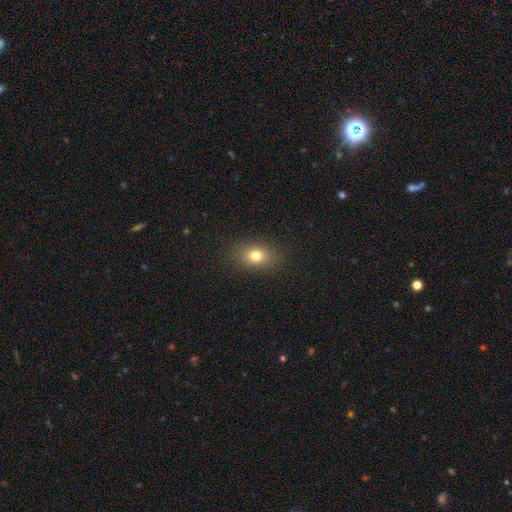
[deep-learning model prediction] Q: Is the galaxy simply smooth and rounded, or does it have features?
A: smooth — 77%.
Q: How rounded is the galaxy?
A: in between — 70%.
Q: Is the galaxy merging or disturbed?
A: none — 87%.